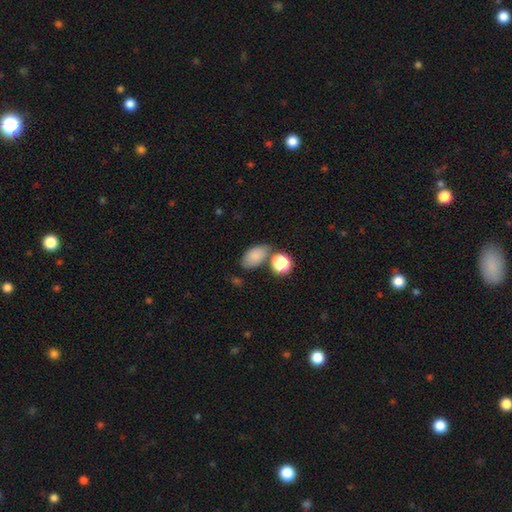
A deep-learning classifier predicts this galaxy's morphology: Smooth or featured? Predicted: smooth (p=0.82). How rounded? Predicted: in between (p=0.90). Merging? Predicted: none (p=0.62).